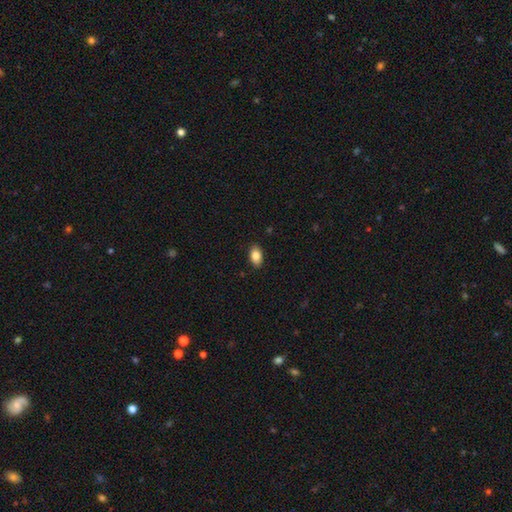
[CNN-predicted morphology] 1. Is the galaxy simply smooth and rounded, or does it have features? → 85% smooth, 8% star or artifact, 7% featured or disk.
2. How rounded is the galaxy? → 91% in between, 7% round, 2% cigar-shaped.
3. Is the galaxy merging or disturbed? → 89% none, 9% minor disturbance, 2% major disturbance, 1% merger.